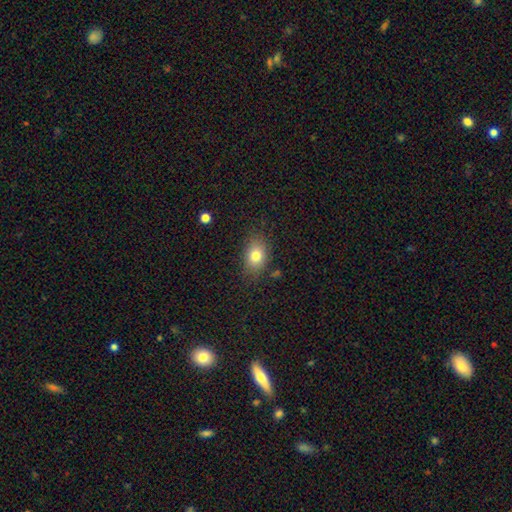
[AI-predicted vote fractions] Smooth or featured? smooth (78%)
How rounded? in between (75%)
Merging? none (80%)